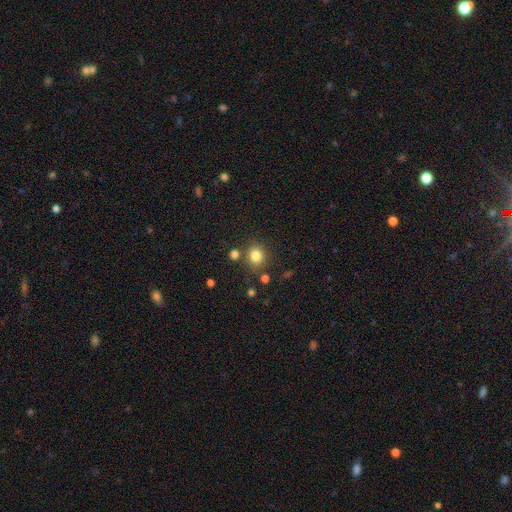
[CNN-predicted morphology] Smooth or featured: smooth — 81% (star or artifact — 13%)
How rounded: round — 85% (in between — 14%)
Merging: none — 80% (minor disturbance — 10%)